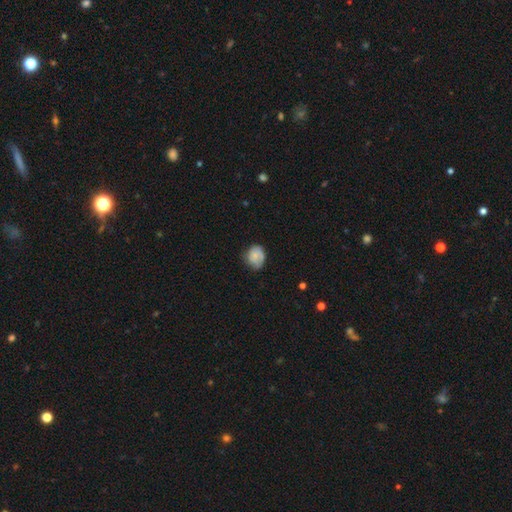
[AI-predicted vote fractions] A smooth galaxy with no disk features (69%) that is round (56%).

Vote fractions:
- Smooth or featured? smooth: 69% / featured or disk: 23% / star or artifact: 8%
- How rounded? round: 56% / in between: 43% / cigar-shaped: 1%
- Merging? none: 55% / minor disturbance: 35% / major disturbance: 9% / merger: 2%